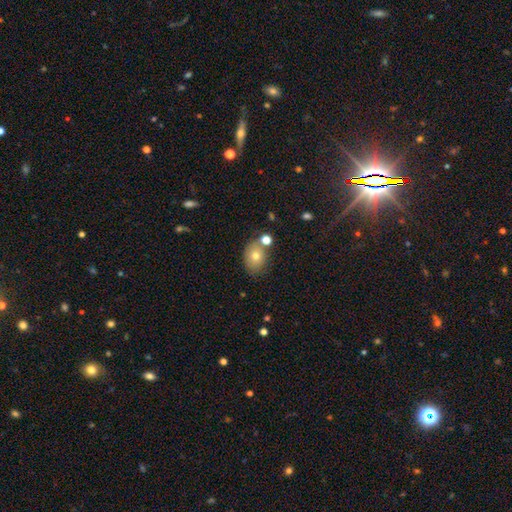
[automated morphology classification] type=smooth (74%); roundness=in between (64%); merging=none (67%).